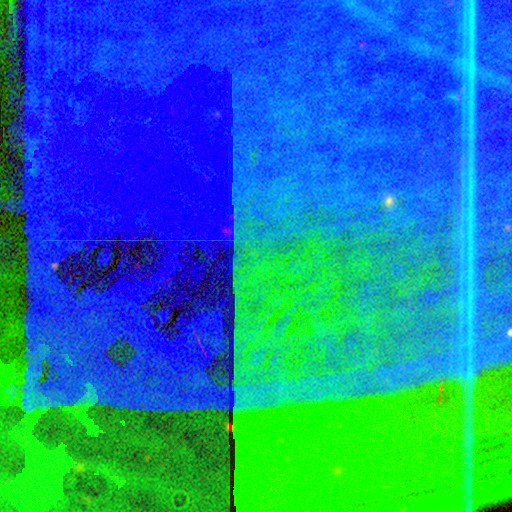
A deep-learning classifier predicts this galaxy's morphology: type=star or artifact (88%).